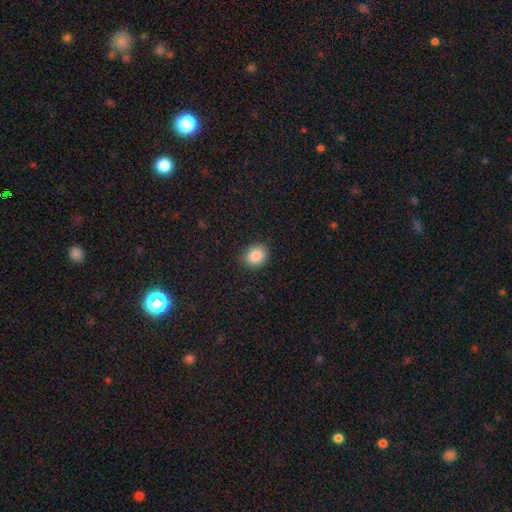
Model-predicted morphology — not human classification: smooth-or-featured: smooth: 88% | star or artifact: 9% | featured or disk: 3%
  how-rounded: round: 67% | in between: 33% | cigar-shaped: 1%
  merging: none: 87% | minor disturbance: 10% | major disturbance: 3% | merger: 1%